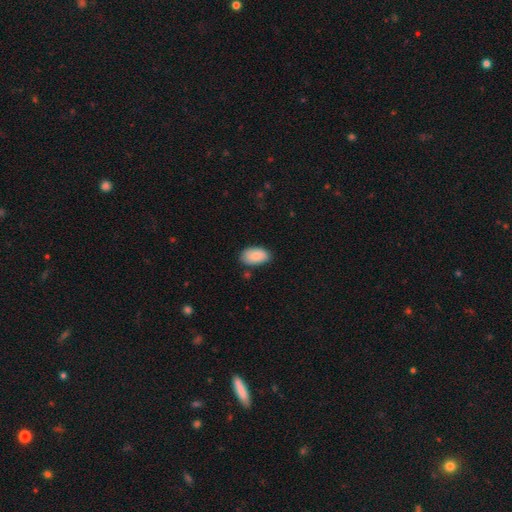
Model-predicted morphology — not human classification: Q: Smooth or featured?
A: smooth (88%); runner-up: featured or disk (6%)
Q: How rounded?
A: in between (94%); runner-up: round (4%)
Q: Merging?
A: none (76%); runner-up: minor disturbance (18%)